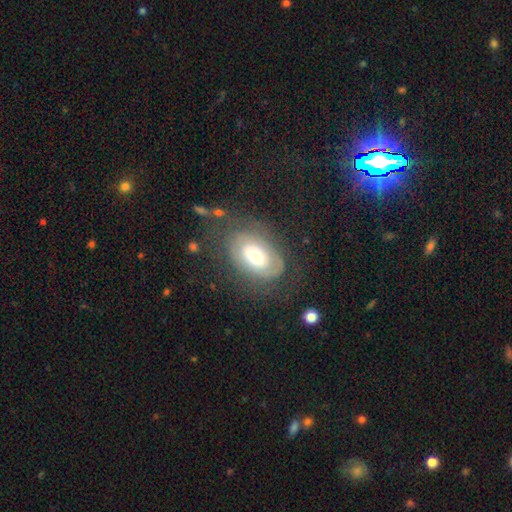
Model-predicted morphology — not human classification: Overall: featured or disk (60%; smooth 32%). Edge-on disk: no (94%). Bar: no (78%). Spiral arms: yes (62%; no 38%). Bulge size: moderate (60%; small 26%). Merging: none (66%).